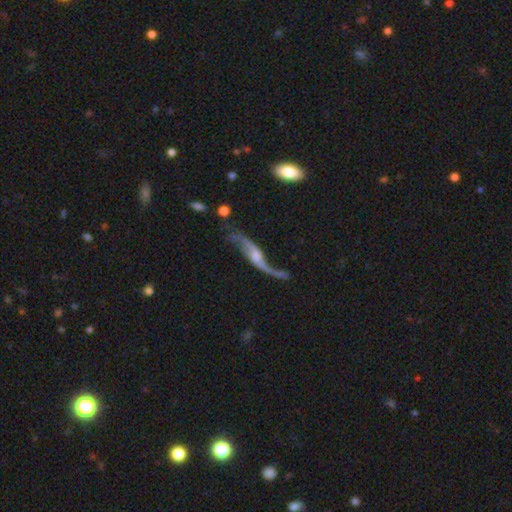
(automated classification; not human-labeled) A featured or disk galaxy (87%) with no bar (50%), 2 (92%) loose (94%) spiral arms (94%) and a small central bulge (40%).

Vote fractions:
- Smooth or featured? featured or disk: 87% / smooth: 7% / star or artifact: 6%
- Edge-on disk? no: 82% / yes: 18%
- Bar? no: 50% / weak: 36% / strong: 13%
- Spiral arms? yes: 94% / no: 6%
- Spiral winding? loose: 94% / medium: 4% / tight: 2%
- Spiral arm count? 2: 92% / 1: 3% / can't tell: 2% / 3: 1% / 4: 1% / more than 4: 1%
- Bulge size? small: 40% / moderate: 36% / none: 15% / large: 6% / dominant: 2%
- Merging? none: 59% / minor disturbance: 19% / major disturbance: 15% / merger: 7%